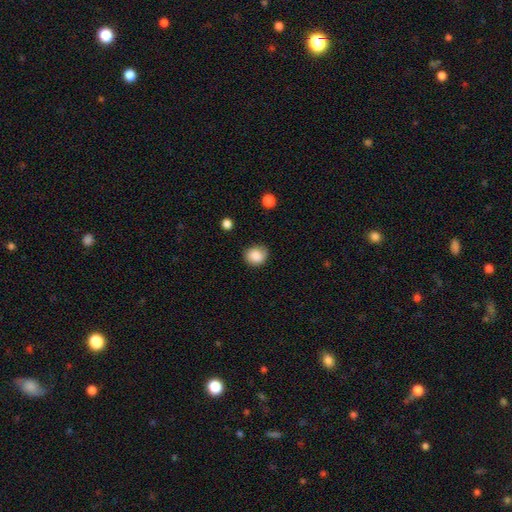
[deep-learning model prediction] A smooth galaxy with no disk features (86%) that is round (72%).

Vote fractions:
- Smooth or featured? smooth: 86% / star or artifact: 9% / featured or disk: 5%
- How rounded? round: 72% / in between: 27% / cigar-shaped: 1%
- Merging? none: 74% / minor disturbance: 20% / major disturbance: 5% / merger: 2%